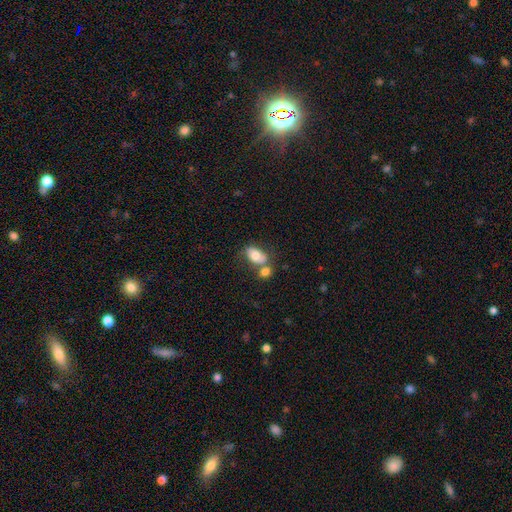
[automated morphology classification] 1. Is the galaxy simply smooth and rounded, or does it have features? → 75% smooth, 18% featured or disk, 7% star or artifact.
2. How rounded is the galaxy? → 89% in between, 8% round, 2% cigar-shaped.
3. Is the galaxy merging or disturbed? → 43% none, 39% merger, 13% minor disturbance, 5% major disturbance.